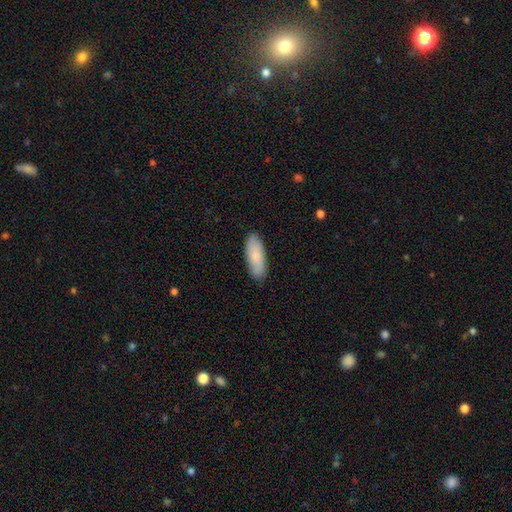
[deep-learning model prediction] smooth-or-featured: smooth: 78% | featured or disk: 16% | star or artifact: 5%
  how-rounded: in between: 70% | cigar-shaped: 28% | round: 2%
  merging: none: 86% | minor disturbance: 11% | major disturbance: 2% | merger: 1%